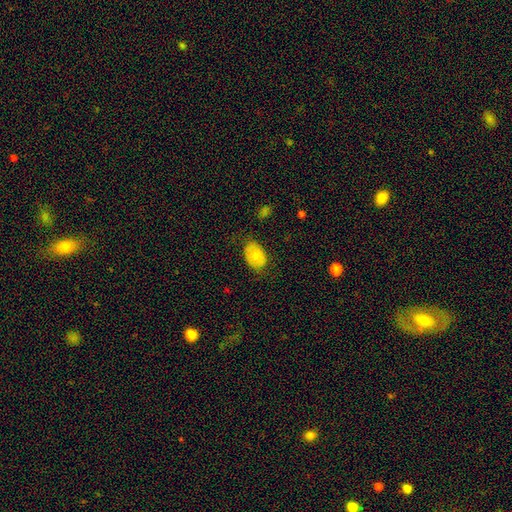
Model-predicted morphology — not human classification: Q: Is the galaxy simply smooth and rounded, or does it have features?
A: smooth — 76%.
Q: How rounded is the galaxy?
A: in between — 84%.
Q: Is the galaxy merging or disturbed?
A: none — 66%.